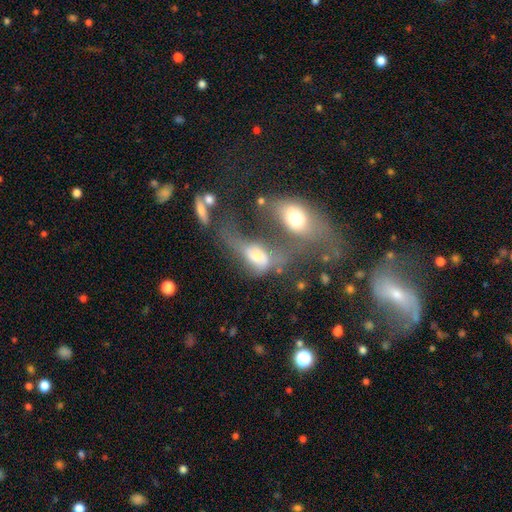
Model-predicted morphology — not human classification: Overall: smooth (46%; featured or disk 39%). Merging: merger (68%).